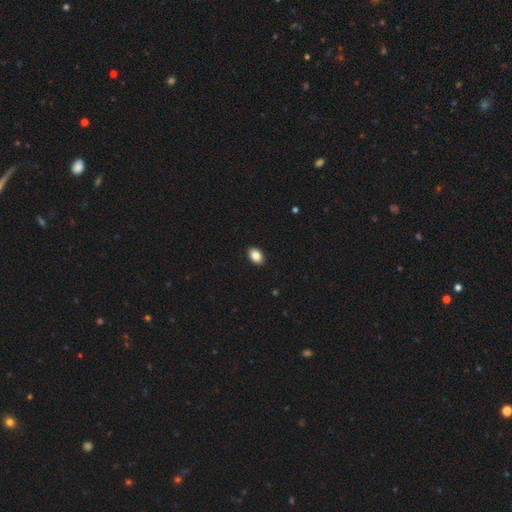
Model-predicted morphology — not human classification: Smooth or featured? Predicted: smooth (p=0.87). How rounded? Predicted: in between (p=0.88). Merging? Predicted: none (p=0.91).